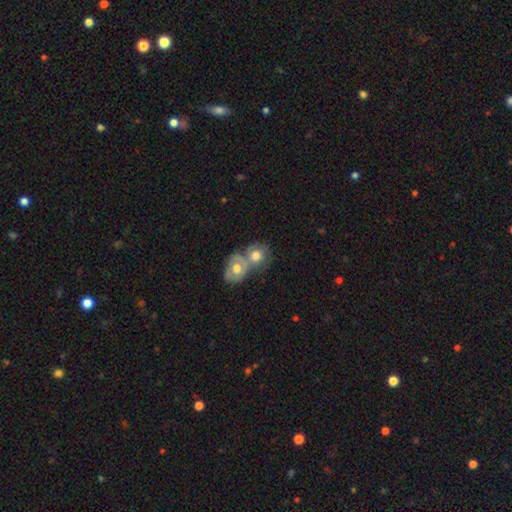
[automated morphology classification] smooth_or_featured: smooth (p=0.52) [alt: featured or disk p=0.40]
how_rounded: round (p=0.66) [alt: in between p=0.33]
merging: merger (p=0.65) [alt: none p=0.23]